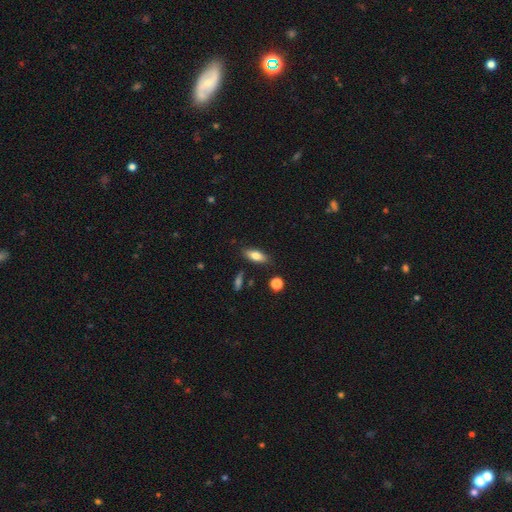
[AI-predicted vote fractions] This is likely a smooth galaxy (75%). How rounded: likely in between (74%). Merging: clearly none (83%).